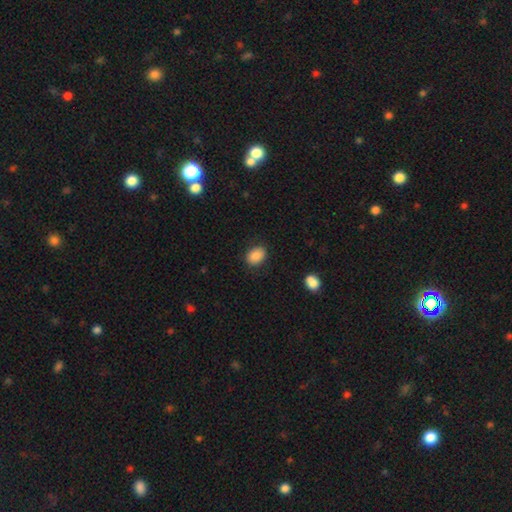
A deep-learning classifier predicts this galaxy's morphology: smooth 88%, star or artifact 8%, featured or disk 4%. Down the decision tree: how rounded — in between (68%); merging — none (85%).